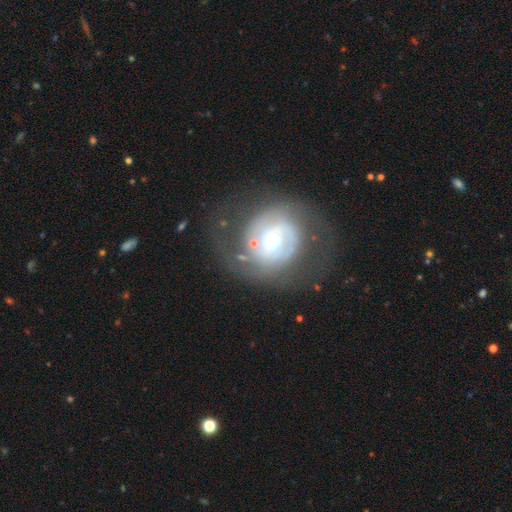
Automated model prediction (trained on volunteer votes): This is likely a featured or disk galaxy (69%). It is clearly not viewed edge-on (96%). Bar: possibly no (49%). Spiral arm pattern: likely yes (70%). Central bulge: possibly moderate (53%). Merging: likely none (76%).